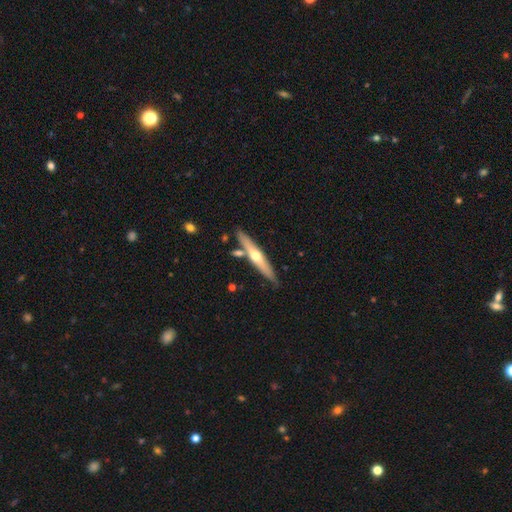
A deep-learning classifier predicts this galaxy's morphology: This appears to be a featured or disk galaxy (63%) viewed edge-on (94%) with a rounded central bulge (88%). Merging: none (82%).